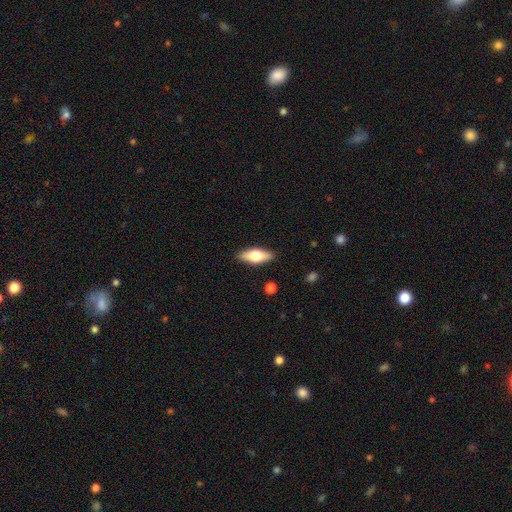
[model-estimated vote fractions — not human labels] Smooth or featured: smooth — 62% (featured or disk — 32%)
How rounded: in between — 71% (cigar-shaped — 26%)
Merging: none — 88% (minor disturbance — 9%)